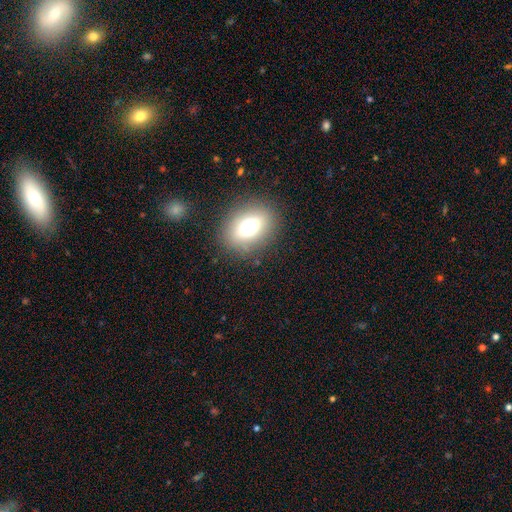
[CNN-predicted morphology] Smooth or featured? smooth (70%)
How rounded? in between (70%)
Merging? none (88%)